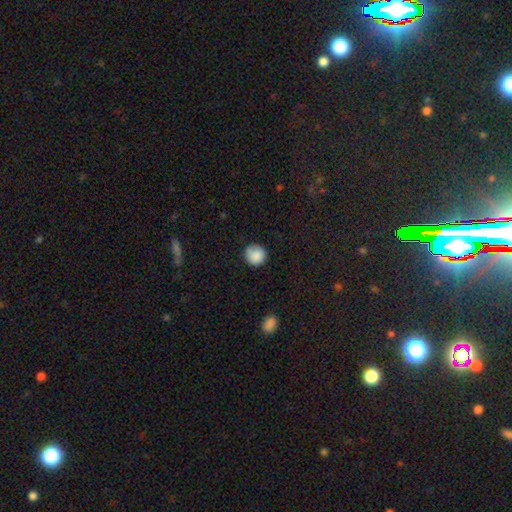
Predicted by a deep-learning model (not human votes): Smooth or featured: smooth — 87% (star or artifact — 8%)
How rounded: round — 93% (in between — 6%)
Merging: none — 82% (minor disturbance — 14%)